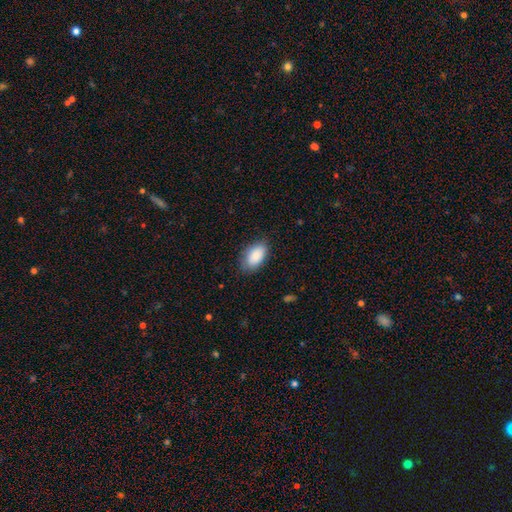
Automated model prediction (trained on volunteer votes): Smooth or featured? Predicted: smooth (p=0.88). How rounded? Predicted: in between (p=0.94). Merging? Predicted: none (p=0.81).